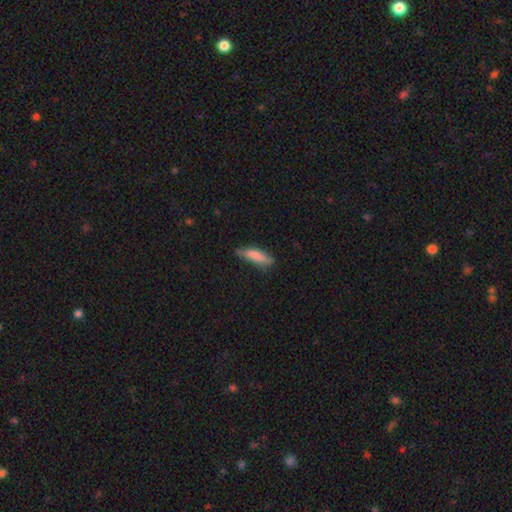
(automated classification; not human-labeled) This appears to be a smooth galaxy with no disk features (80%) that is cigar-shaped (65%). Merging: none (70%).